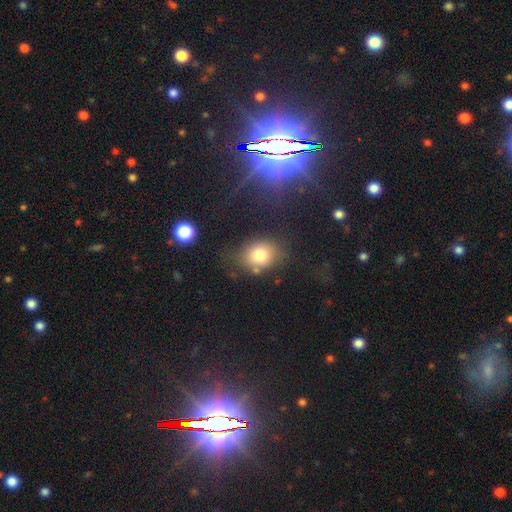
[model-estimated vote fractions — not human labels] Smooth or featured? smooth (78%)
How rounded? round (56%)
Merging? none (70%)